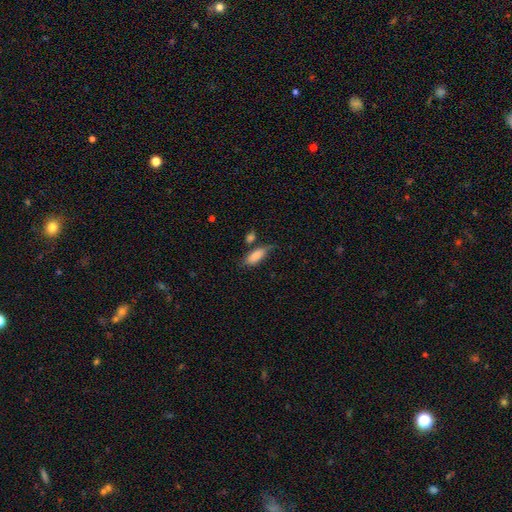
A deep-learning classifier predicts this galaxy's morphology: Smooth or featured?
  - smooth: 81% *
  - featured or disk: 12%
  - star or artifact: 7%
How rounded?
  - in between: 75% *
  - cigar-shaped: 22%
  - round: 3%
Merging?
  - none: 49% *
  - minor disturbance: 27%
  - merger: 13%
  - major disturbance: 10%